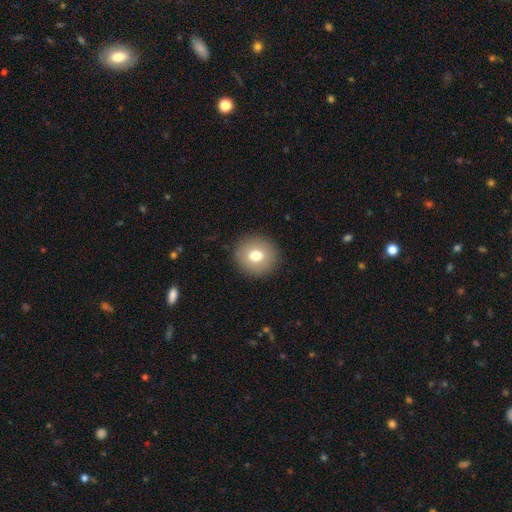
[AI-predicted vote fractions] Overall: smooth (75%). How rounded: round (91%). Merging: none (91%).